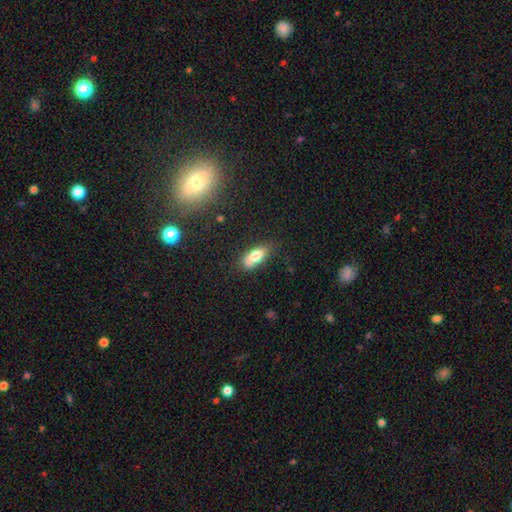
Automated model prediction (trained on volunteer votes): This is likely a smooth galaxy (73%). How rounded: clearly in between (81%). Merging: likely none (68%).